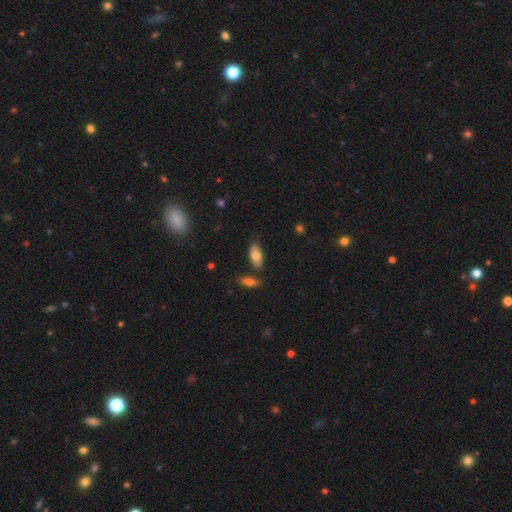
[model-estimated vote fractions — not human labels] smooth-or-featured: smooth: 79% | featured or disk: 14% | star or artifact: 7%
  how-rounded: in between: 91% | cigar-shaped: 6% | round: 3%
  merging: none: 75% | minor disturbance: 14% | merger: 8% | major disturbance: 3%